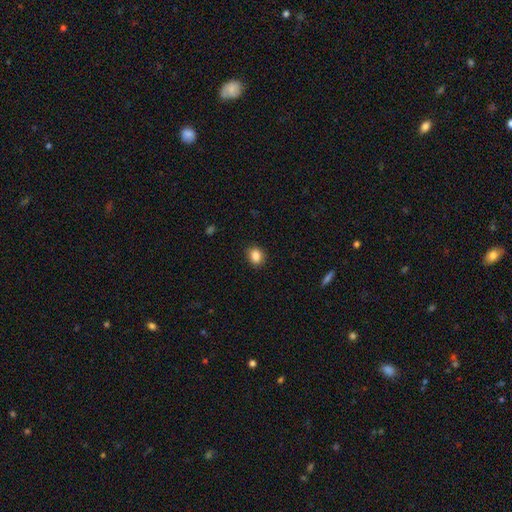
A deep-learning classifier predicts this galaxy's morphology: This appears to be a smooth galaxy with no disk features (86%) that is round (57%). Merging: none (88%).